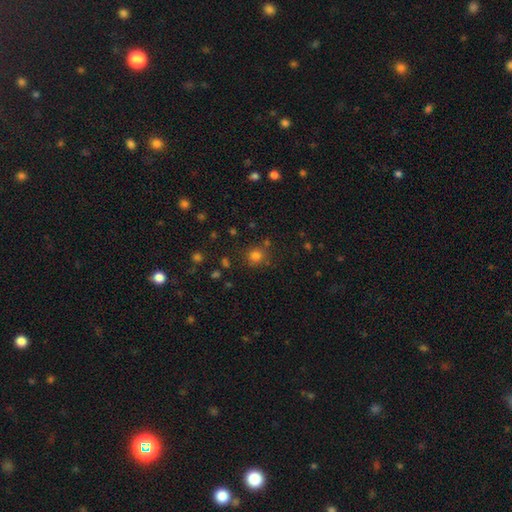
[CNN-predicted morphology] A smooth galaxy with no disk features (77%) that is round (89%).

Vote fractions:
- Smooth or featured? smooth: 77% / star or artifact: 17% / featured or disk: 6%
- How rounded? round: 89% / in between: 10% / cigar-shaped: 1%
- Merging? none: 79% / minor disturbance: 11% / merger: 6% / major disturbance: 4%